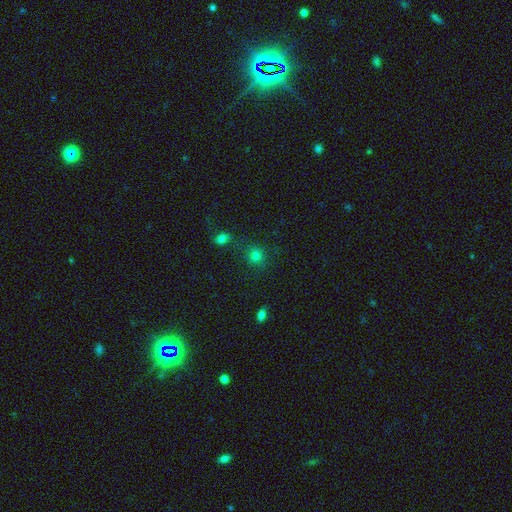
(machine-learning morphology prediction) Smooth or featured? Predicted: smooth (p=0.78). How rounded? Predicted: round (p=0.84). Merging? Predicted: none (p=0.65).